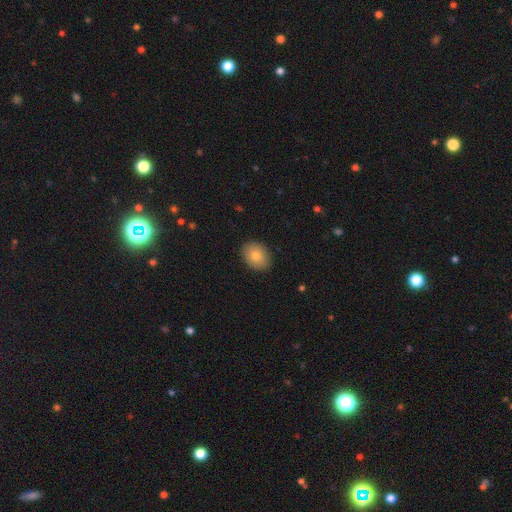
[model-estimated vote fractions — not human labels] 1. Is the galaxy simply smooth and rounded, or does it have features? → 80% smooth, 12% featured or disk, 8% star or artifact.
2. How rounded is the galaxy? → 58% in between, 41% round, 1% cigar-shaped.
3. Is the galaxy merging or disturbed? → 89% none, 8% minor disturbance, 2% major disturbance, 1% merger.